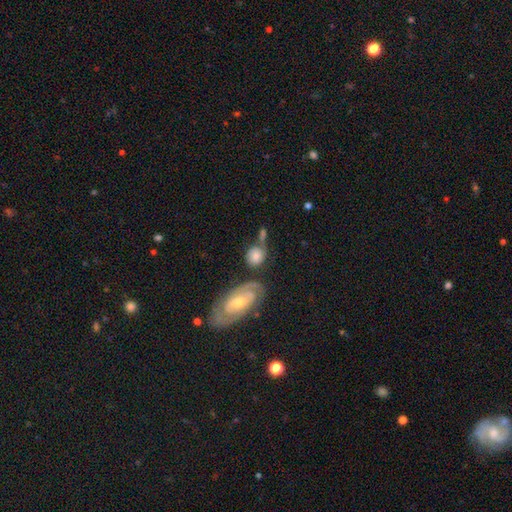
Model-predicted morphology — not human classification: Smooth or featured?
  - smooth: 66% *
  - featured or disk: 26%
  - star or artifact: 8%
How rounded?
  - round: 72% *
  - in between: 26%
  - cigar-shaped: 2%
Merging?
  - none: 45% *
  - merger: 28%
  - minor disturbance: 17%
  - major disturbance: 9%